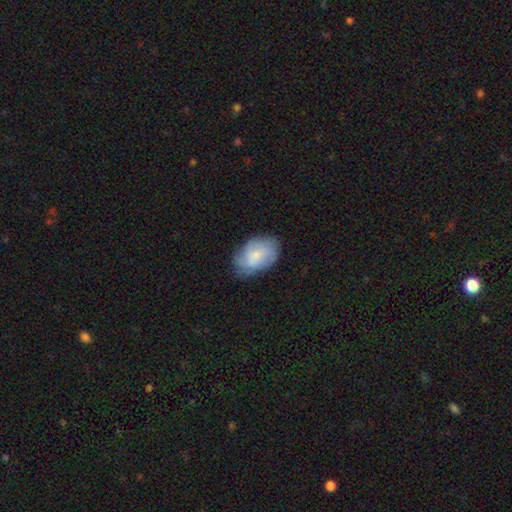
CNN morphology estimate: Q: Smooth or featured?
A: smooth (51%); runner-up: featured or disk (41%)
Q: How rounded?
A: in between (86%); runner-up: round (12%)
Q: Merging?
A: none (69%); runner-up: minor disturbance (23%)